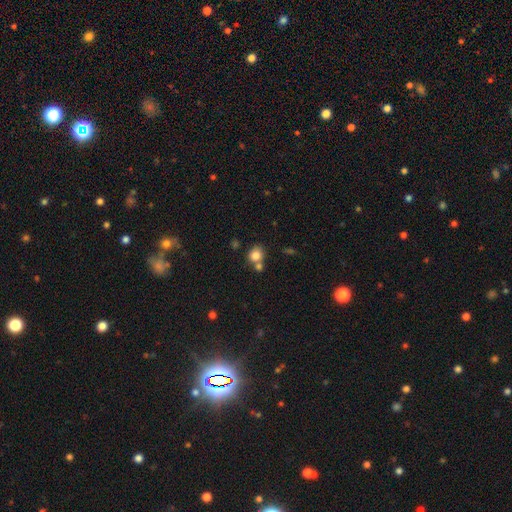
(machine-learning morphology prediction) A smooth galaxy with no disk features (82%) that is round (76%).

Vote fractions:
- Smooth or featured? smooth: 82% / star or artifact: 11% / featured or disk: 7%
- How rounded? round: 76% / in between: 23% / cigar-shaped: 1%
- Merging? none: 57% / merger: 30% / minor disturbance: 10% / major disturbance: 3%